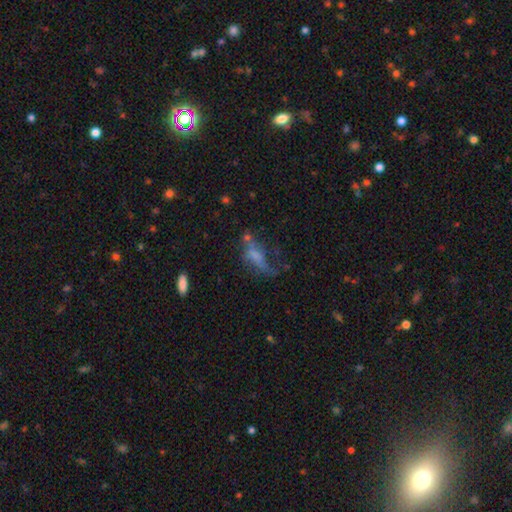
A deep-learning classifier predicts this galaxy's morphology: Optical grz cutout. It shows a smooth galaxy with no disk features (48%). Merging: major disturbance (34%).